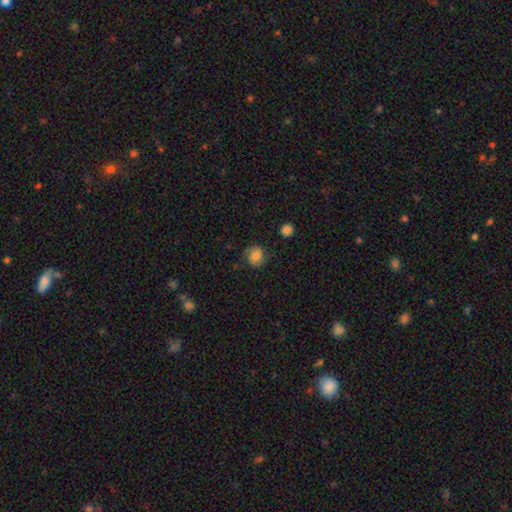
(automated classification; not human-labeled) A smooth galaxy with no disk features (59%) that is round (84%). Merging: none (74%).